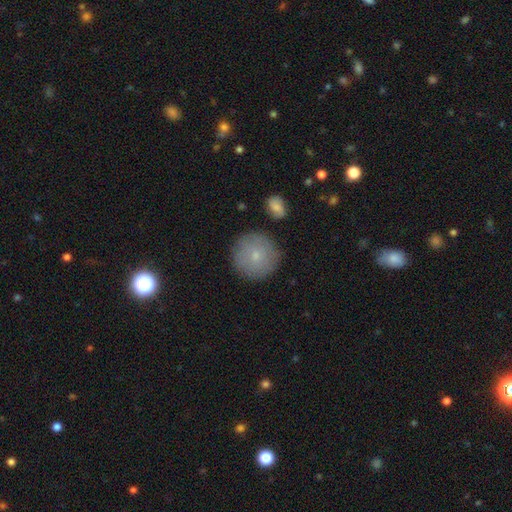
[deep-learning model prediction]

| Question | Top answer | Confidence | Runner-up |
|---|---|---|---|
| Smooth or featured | smooth | 77% | featured or disk (15%) |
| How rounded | round | 95% | in between (4%) |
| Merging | none | 85% | minor disturbance (10%) |